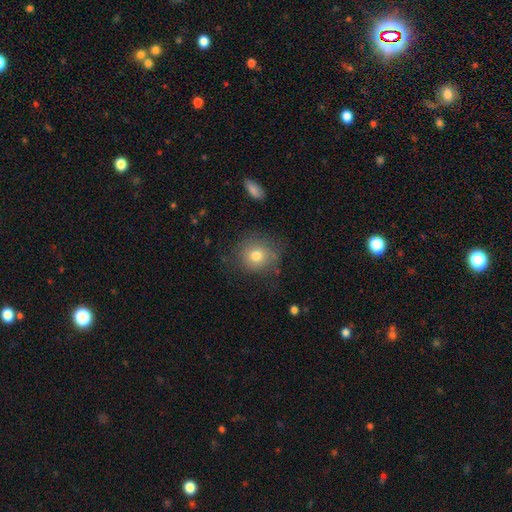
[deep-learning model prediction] This appears to be a smooth galaxy with no disk features (76%) that is round (85%). Merging: none (73%).